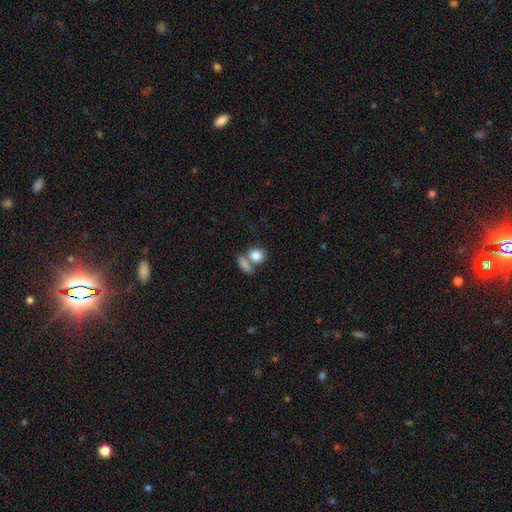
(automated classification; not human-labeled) Smooth or featured? Predicted: smooth (p=0.82). How rounded? Predicted: round (p=0.56). Merging? Predicted: none (p=0.44).